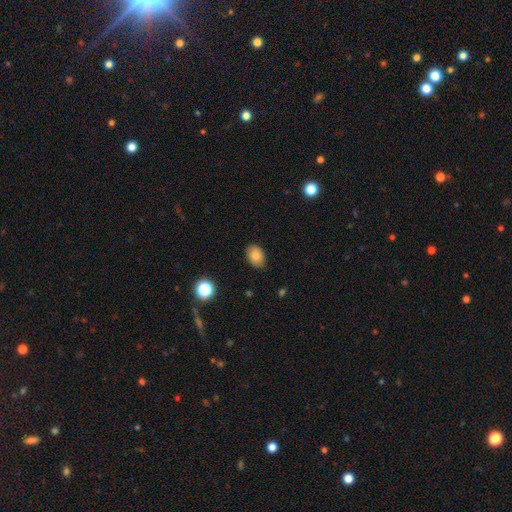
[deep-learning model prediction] smooth_or_featured: smooth (p=0.83) [alt: star or artifact p=0.09]
how_rounded: in between (p=0.77) [alt: round p=0.22]
merging: none (p=0.86) [alt: minor disturbance p=0.11]